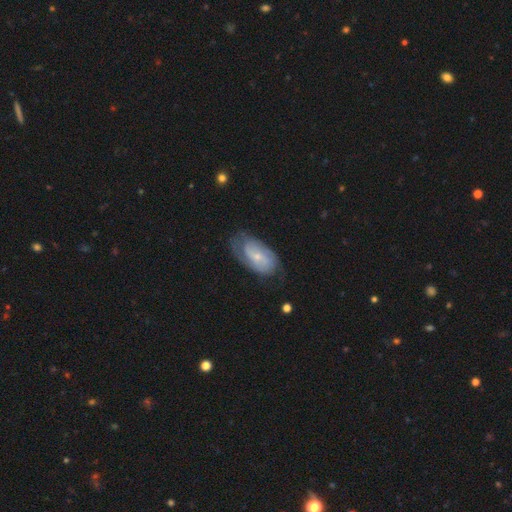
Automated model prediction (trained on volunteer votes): Overall: featured or disk (69%). Edge-on disk: no (95%). Bar: no (58%; weak 35%). Spiral arms: yes (87%). Spiral arm count: 2 (49%; can't tell 33%). Spiral winding: tight (50%; medium 36%). Bulge size: small (72%). Merging: none (60%; minor disturbance 26%).